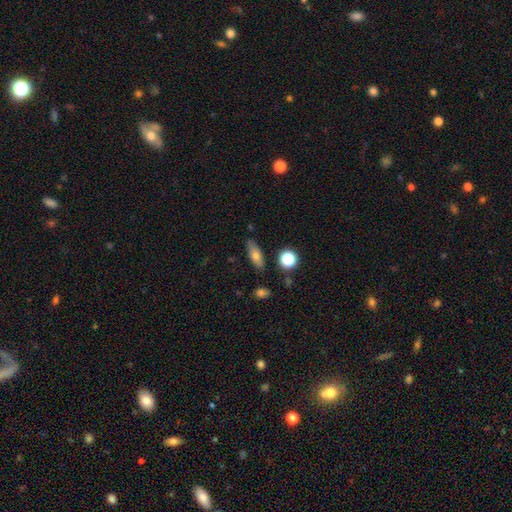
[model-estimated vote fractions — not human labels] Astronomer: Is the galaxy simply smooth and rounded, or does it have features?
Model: smooth — 72%.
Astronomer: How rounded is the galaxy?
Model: in between — 66%.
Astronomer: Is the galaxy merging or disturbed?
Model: none — 80%.